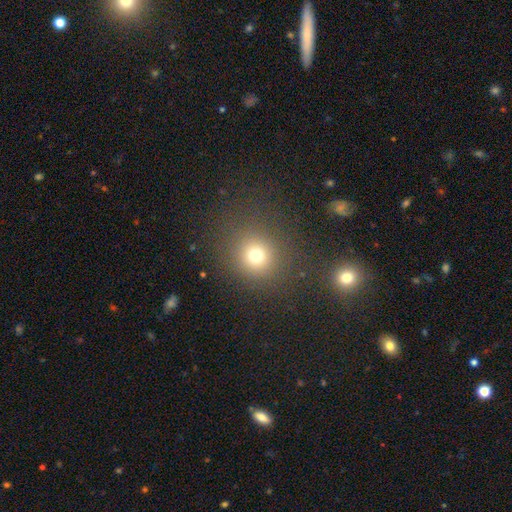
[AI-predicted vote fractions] This appears to be a smooth galaxy with no disk features (74%) that is round (88%). Merging: none (85%).